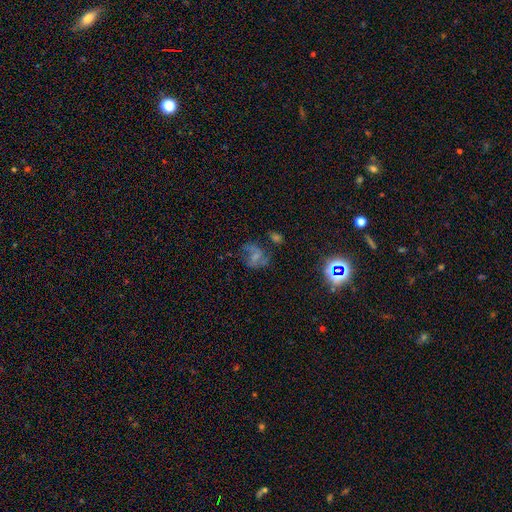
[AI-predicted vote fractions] Overall: smooth (42%; featured or disk 38%). Merging: none (40%; major disturbance 29%).